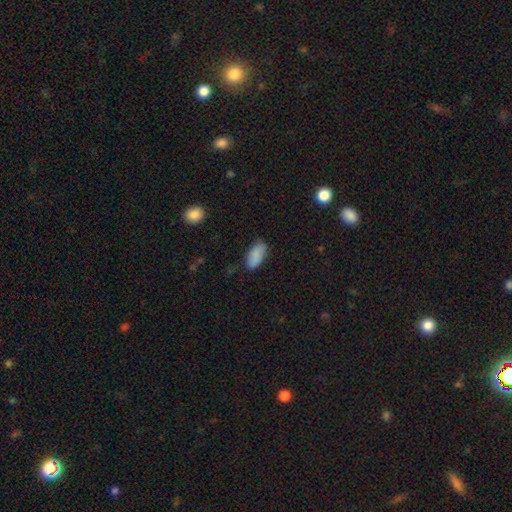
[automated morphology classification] This is clearly a smooth galaxy (87%). How rounded: clearly in between (93%). Merging: likely none (76%).